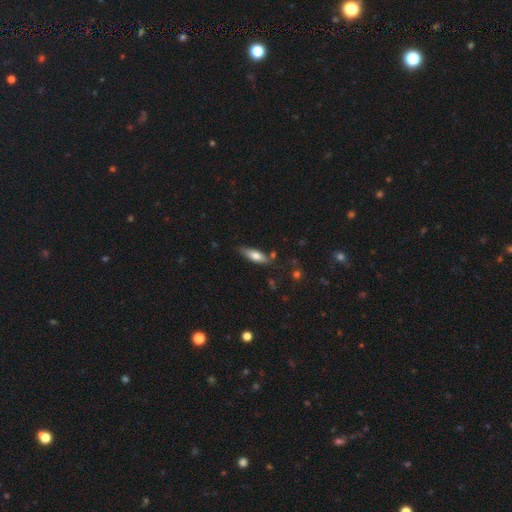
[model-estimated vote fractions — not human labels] smooth 69%, featured or disk 25%, star or artifact 6%. Down the decision tree: how rounded — cigar-shaped (49%, tied with in between); merging — none (74%).